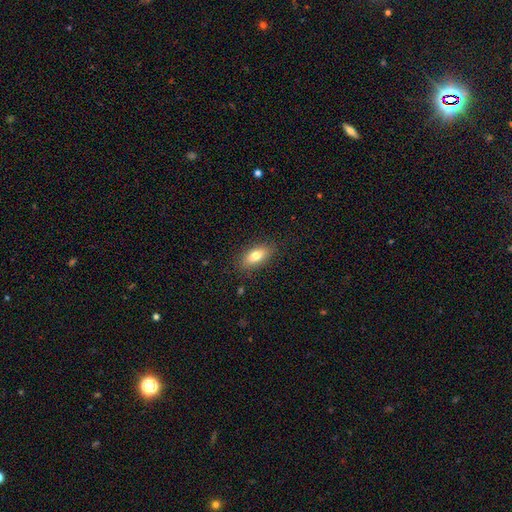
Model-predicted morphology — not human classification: Q: Smooth or featured?
A: smooth (77%); runner-up: featured or disk (15%)
Q: How rounded?
A: in between (85%); runner-up: cigar-shaped (11%)
Q: Merging?
A: none (86%); runner-up: minor disturbance (10%)